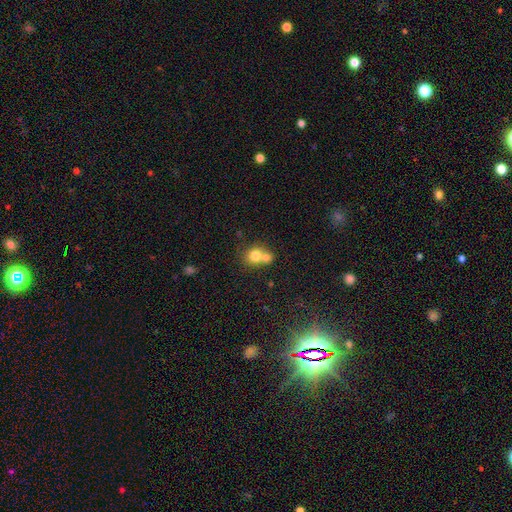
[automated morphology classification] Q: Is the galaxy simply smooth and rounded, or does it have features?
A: smooth — 75%.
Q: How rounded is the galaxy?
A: round — 76%.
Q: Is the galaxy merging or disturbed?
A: merger — 60%.